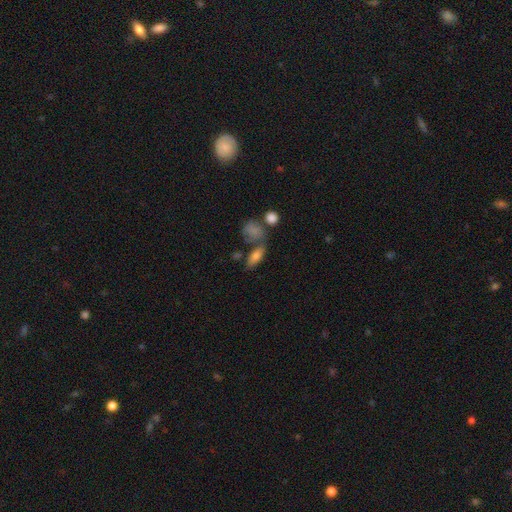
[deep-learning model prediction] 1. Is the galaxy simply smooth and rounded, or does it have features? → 75% smooth, 16% featured or disk, 9% star or artifact.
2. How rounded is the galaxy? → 77% in between, 16% cigar-shaped, 7% round.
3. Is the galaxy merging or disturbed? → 51% none, 24% merger, 17% minor disturbance, 8% major disturbance.